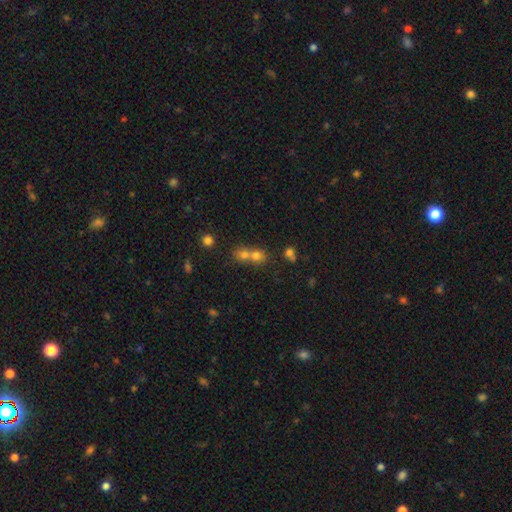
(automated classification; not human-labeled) A smooth galaxy with no disk features (70%) that is round (77%). Merging: merger (61%).